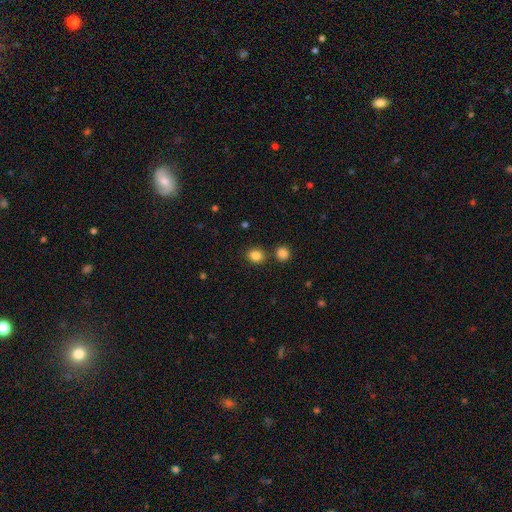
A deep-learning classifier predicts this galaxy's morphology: Overall: smooth (84%). How rounded: round (76%). Merging: none (79%).